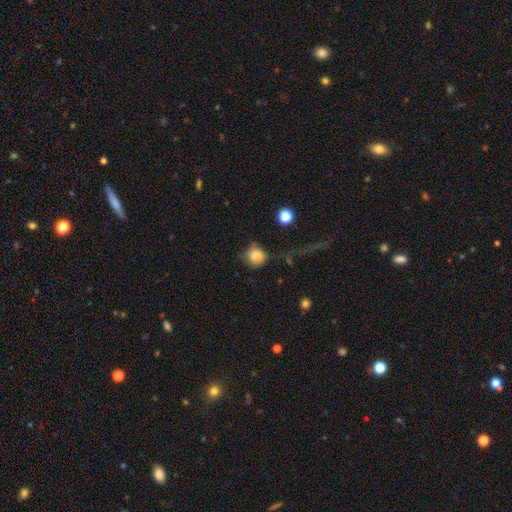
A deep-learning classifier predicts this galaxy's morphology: A smooth galaxy with no disk features (82%) that is round (85%). Merging: none (58%).